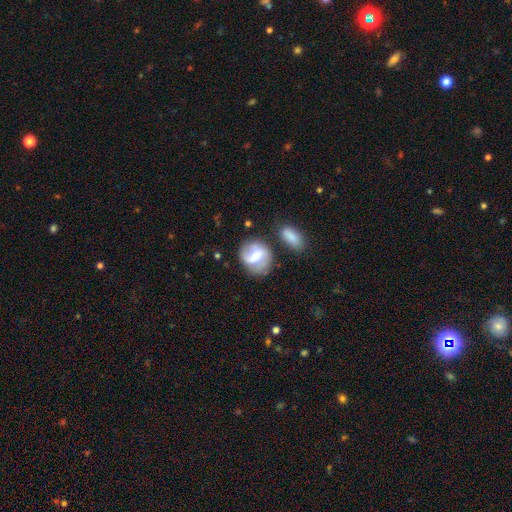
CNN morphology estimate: This is possibly a featured or disk galaxy (54%). It is clearly not viewed edge-on (95%). Bar: possibly weak (47%). Spiral arm pattern: likely yes (72%). Central bulge: likely moderate (68%). Merging: likely none (67%).